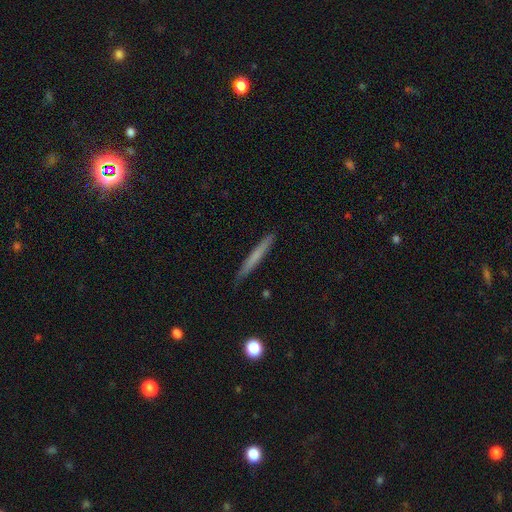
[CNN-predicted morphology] Smooth or featured?
  - smooth: 62% *
  - featured or disk: 32%
  - star or artifact: 6%
How rounded?
  - cigar-shaped: 96% *
  - in between: 2%
  - round: 1%
Merging?
  - none: 89% *
  - minor disturbance: 9%
  - major disturbance: 2%
  - merger: 1%